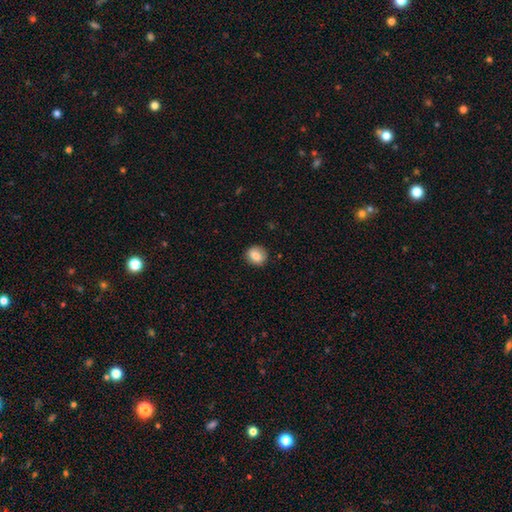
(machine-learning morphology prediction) Smooth or featured?
  - smooth: 83% *
  - featured or disk: 9%
  - star or artifact: 8%
How rounded?
  - round: 74% *
  - in between: 25%
  - cigar-shaped: 1%
Merging?
  - none: 86% *
  - minor disturbance: 11%
  - major disturbance: 3%
  - merger: 1%